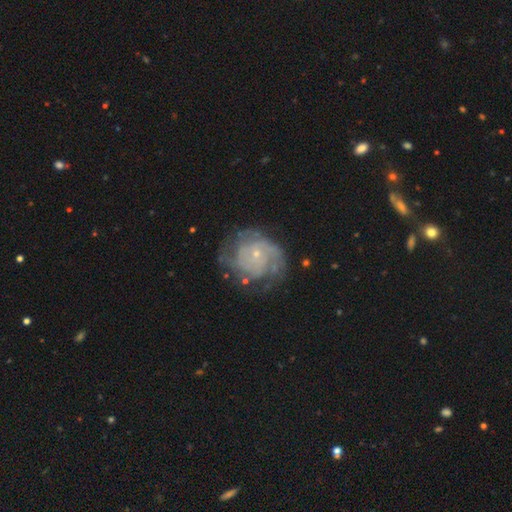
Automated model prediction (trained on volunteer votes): A featured or disk galaxy (79%) with no bar (80%), tight (59%) spiral arms (89%) and a small central bulge (83%). Merging: none (63%).